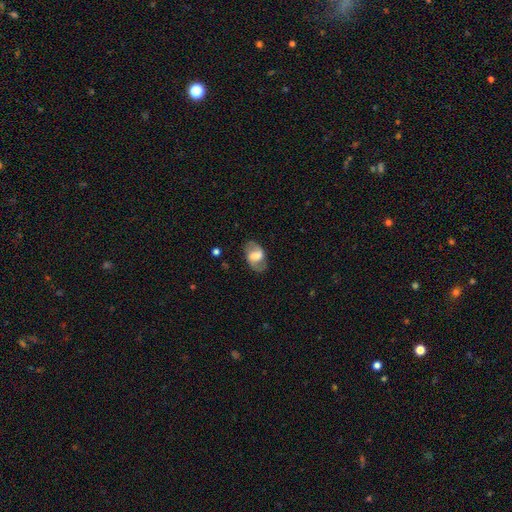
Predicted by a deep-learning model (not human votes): The model was most divided on "bulge size": moderate: 39%, large: 28%, small: 21%, none: 8%, dominant: 3%. Remaining: edge-on disk — no (95%); spiral arms — yes (79%); merging — none (76%); smooth or featured — featured or disk (60%); bar — weak (47%).